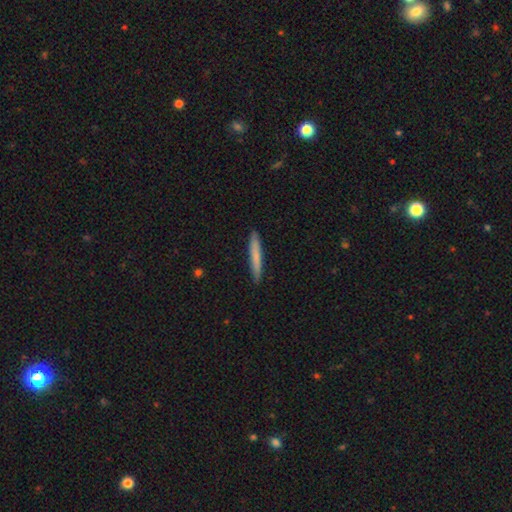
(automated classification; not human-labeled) A smooth galaxy with no disk features (73%) that is cigar-shaped (96%). Merging: none (90%).